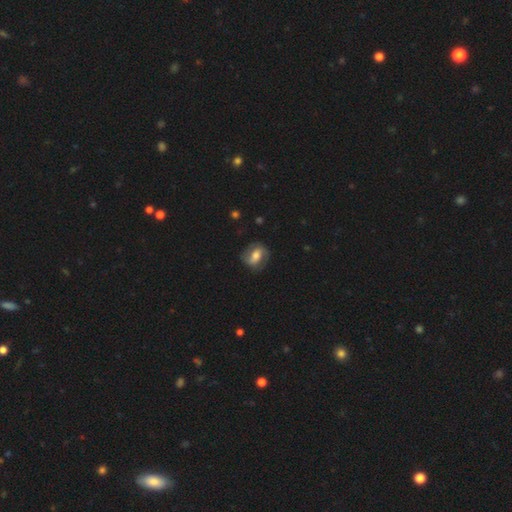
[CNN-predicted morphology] Overall: featured or disk (57%; smooth 36%). Edge-on disk: no (95%). Bar: weak (39%; strong 35%). Spiral arms: yes (78%). Bulge size: moderate (63%). Merging: none (76%).